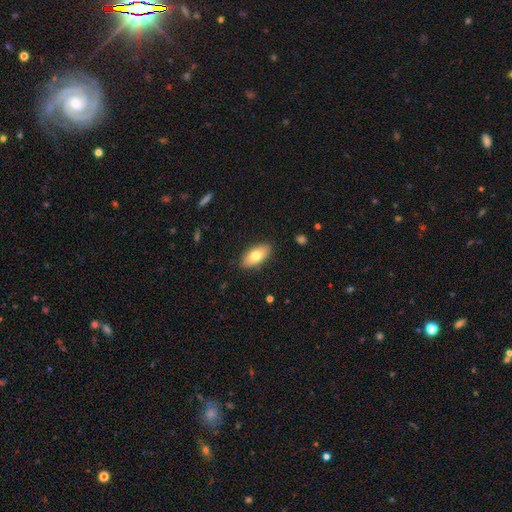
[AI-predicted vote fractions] Smooth or featured?
  - smooth: 74% *
  - featured or disk: 19%
  - star or artifact: 7%
How rounded?
  - in between: 90% *
  - cigar-shaped: 7%
  - round: 3%
Merging?
  - none: 88% *
  - minor disturbance: 9%
  - major disturbance: 2%
  - merger: 1%